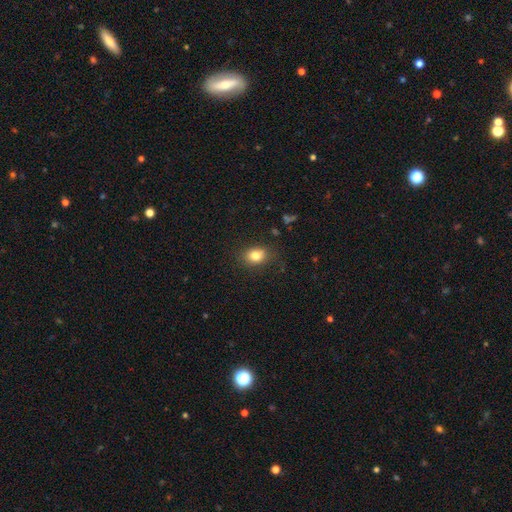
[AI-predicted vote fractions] This is clearly a smooth galaxy (81%). How rounded: possibly in between (59%). Merging: clearly none (80%).